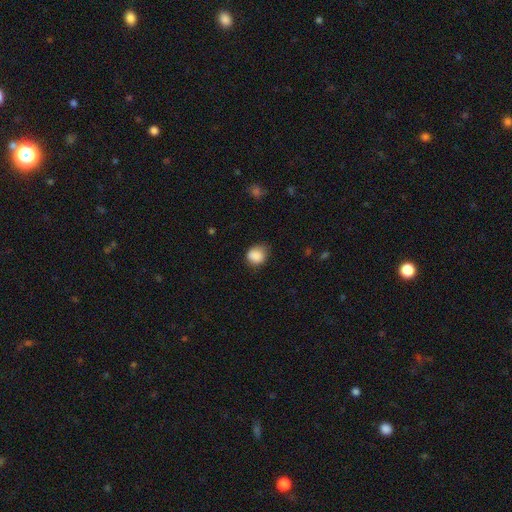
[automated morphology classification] Smooth or featured? Predicted: smooth (p=0.88). How rounded? Predicted: round (p=0.73). Merging? Predicted: none (p=0.67).